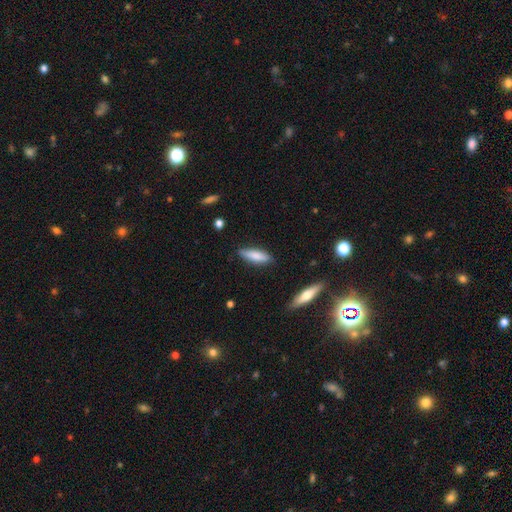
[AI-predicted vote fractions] Smooth or featured: smooth — 77% (featured or disk — 17%)
How rounded: cigar-shaped — 61% (in between — 38%)
Merging: none — 85% (minor disturbance — 11%)